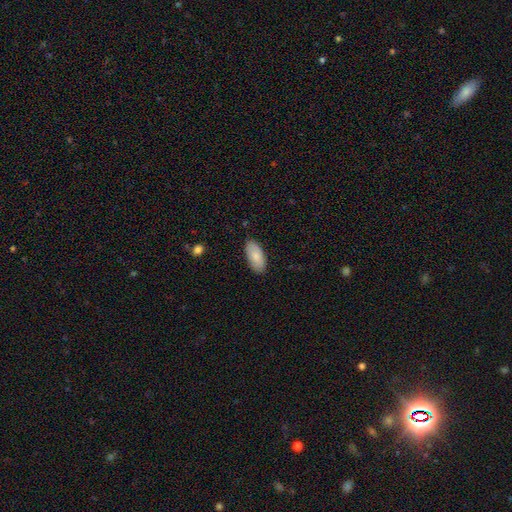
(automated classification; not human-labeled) smooth-or-featured: smooth: 84% | featured or disk: 11% | star or artifact: 6%
  how-rounded: in between: 92% | cigar-shaped: 6% | round: 2%
  merging: none: 86% | minor disturbance: 11% | major disturbance: 2% | merger: 1%